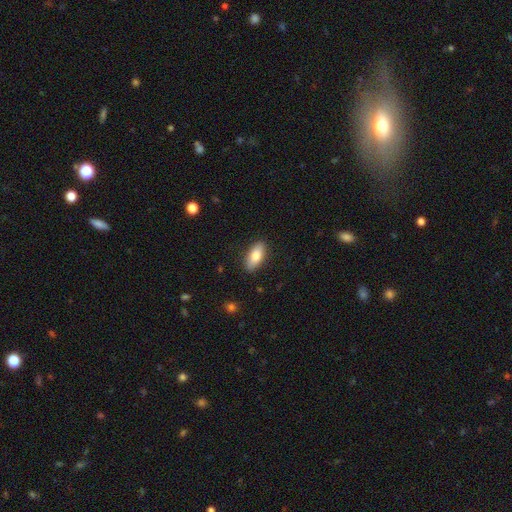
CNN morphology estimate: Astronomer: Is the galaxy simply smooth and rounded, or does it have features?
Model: smooth — 81%.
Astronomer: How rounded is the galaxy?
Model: in between — 86%.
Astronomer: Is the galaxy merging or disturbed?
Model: none — 87%.